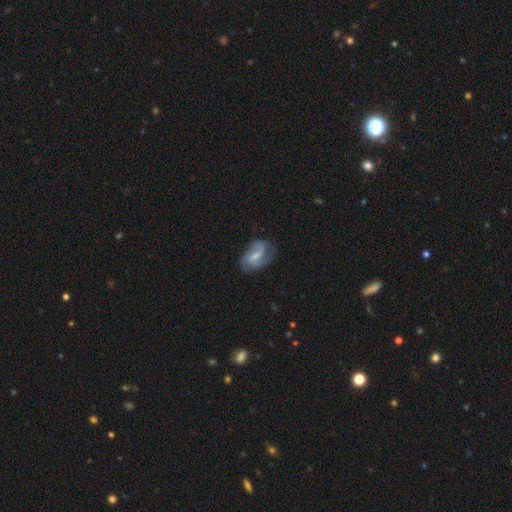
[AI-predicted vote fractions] Overall: featured or disk (70%). Edge-on disk: no (97%). Bar: weak (52%; strong 24%). Spiral arms: yes (89%). Spiral arm count: 2 (70%). Spiral winding: medium (44%; loose 37%). Bulge size: small (45%; moderate 32%). Merging: none (60%; minor disturbance 24%).